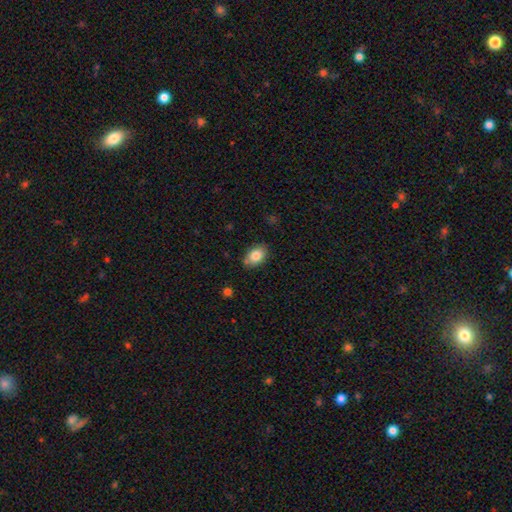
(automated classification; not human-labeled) smooth_or_featured: smooth (p=0.84) [alt: featured or disk p=0.08]
how_rounded: in between (p=0.80) [alt: round p=0.19]
merging: none (p=0.78) [alt: minor disturbance p=0.16]